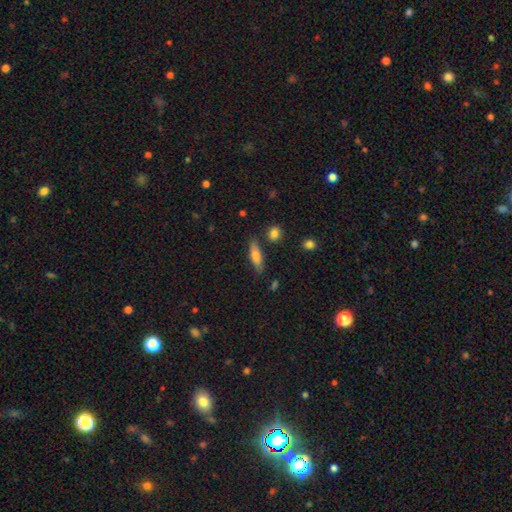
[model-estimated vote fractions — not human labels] Smooth or featured? Predicted: smooth (p=0.67). How rounded? Predicted: cigar-shaped (p=0.50). Merging? Predicted: none (p=0.78).